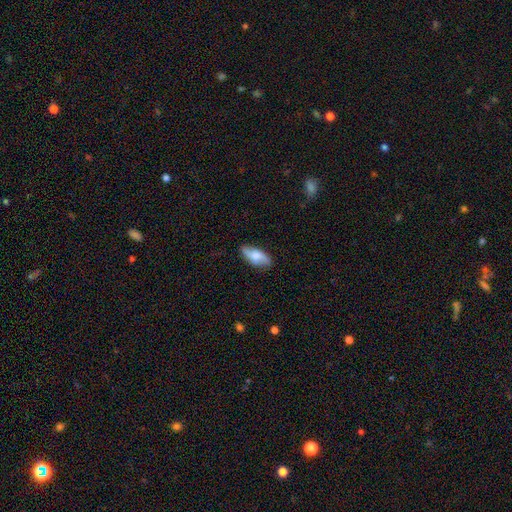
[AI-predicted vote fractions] smooth-or-featured: smooth: 58% | featured or disk: 35% | star or artifact: 7%
  how-rounded: in between: 80% | cigar-shaped: 17% | round: 3%
  merging: none: 80% | minor disturbance: 15% | major disturbance: 3% | merger: 1%